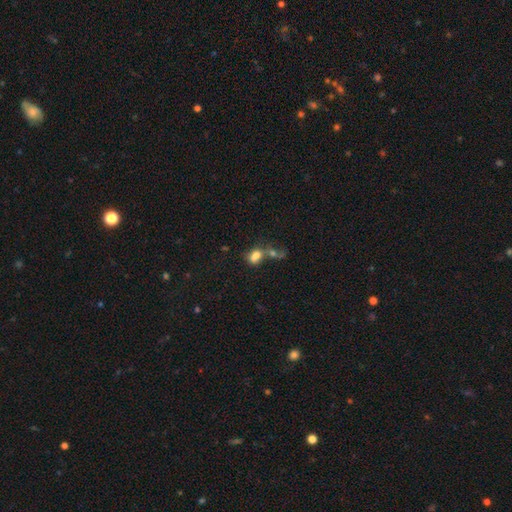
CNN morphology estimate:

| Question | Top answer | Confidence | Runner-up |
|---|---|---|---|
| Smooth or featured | smooth | 71% | featured or disk (16%) |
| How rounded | in between | 69% | round (29%) |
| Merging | merger | 62% | none (20%) |